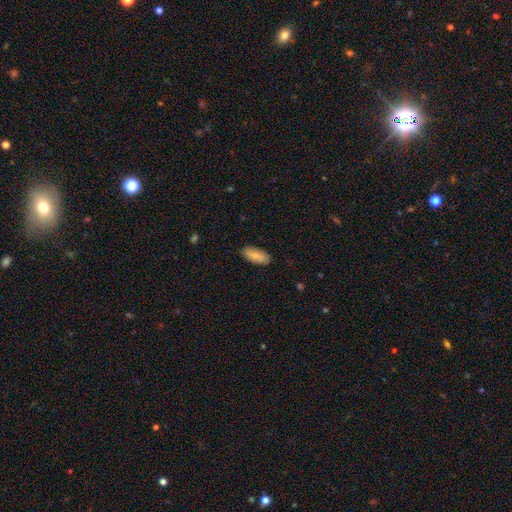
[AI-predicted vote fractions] Morphology: type=smooth (81%); roundness=in between (87%); merging=none (87%).